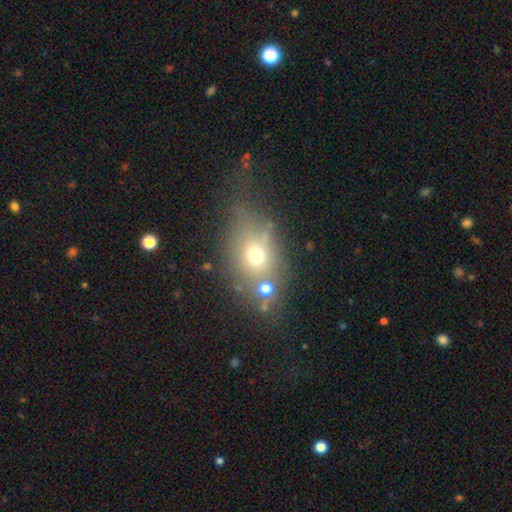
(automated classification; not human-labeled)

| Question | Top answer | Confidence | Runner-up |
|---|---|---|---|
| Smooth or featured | smooth | 60% | featured or disk (21%) |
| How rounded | in between | 53% | round (43%) |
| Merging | none | 52% | minor disturbance (19%) |